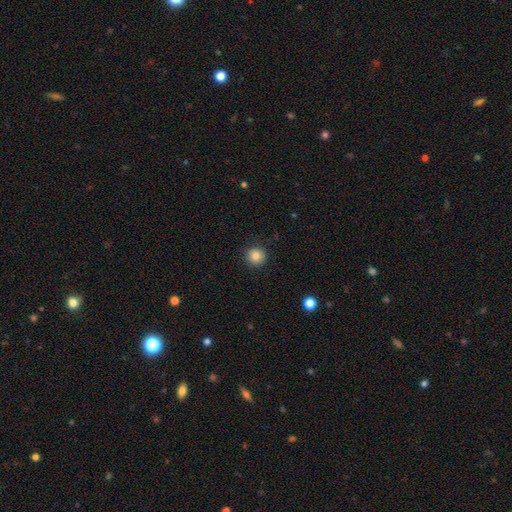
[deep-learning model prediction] Smooth or featured: smooth — 82% (star or artifact — 10%)
How rounded: round — 94% (in between — 5%)
Merging: none — 89% (minor disturbance — 8%)